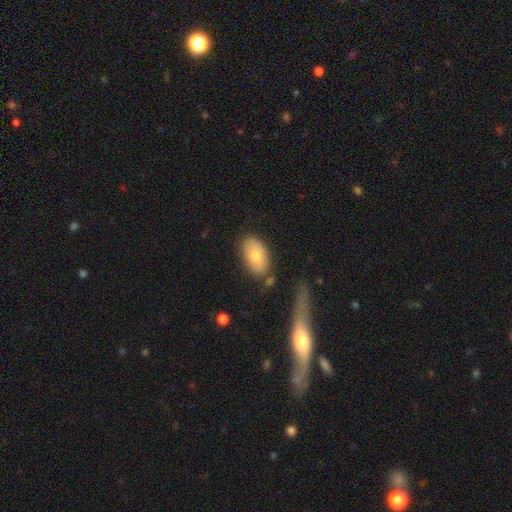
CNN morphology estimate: Q: Smooth or featured?
A: smooth (78%); runner-up: featured or disk (15%)
Q: How rounded?
A: in between (94%); runner-up: round (4%)
Q: Merging?
A: none (76%); runner-up: minor disturbance (14%)